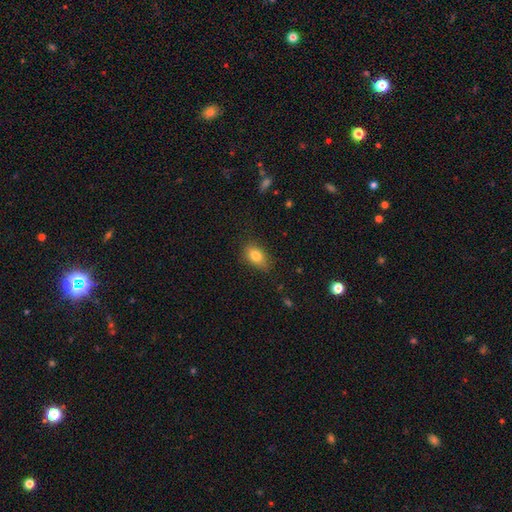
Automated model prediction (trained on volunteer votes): Q: Smooth or featured?
A: smooth (81%); runner-up: featured or disk (10%)
Q: How rounded?
A: in between (85%); runner-up: round (13%)
Q: Merging?
A: none (75%); runner-up: minor disturbance (19%)